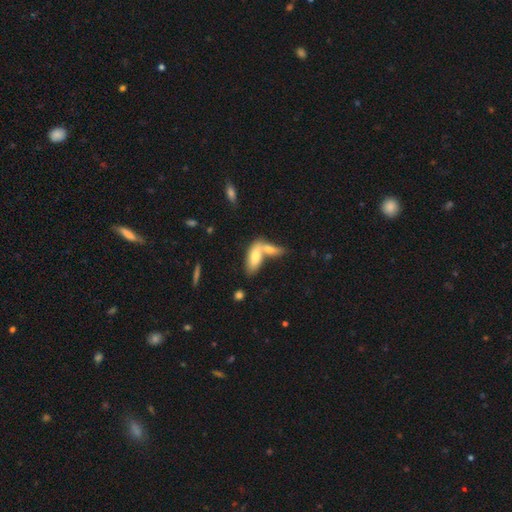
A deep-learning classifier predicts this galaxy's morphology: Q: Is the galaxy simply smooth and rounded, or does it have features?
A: smooth — 70%.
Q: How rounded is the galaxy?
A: in between — 75%.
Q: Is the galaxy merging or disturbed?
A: merger — 62%.